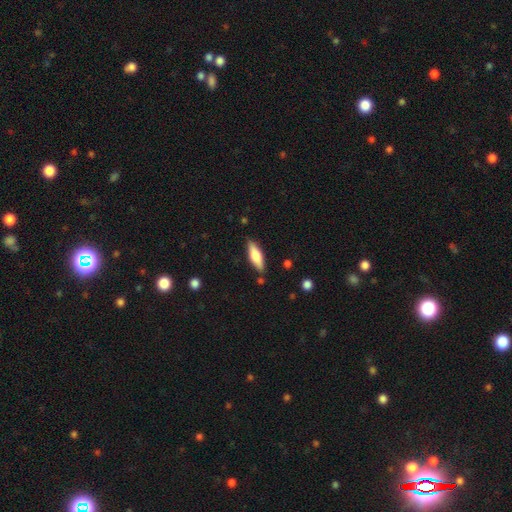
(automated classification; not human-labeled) smooth_or_featured: smooth (p=0.63) [alt: featured or disk p=0.31]
how_rounded: cigar-shaped (p=0.51) [alt: in between p=0.48]
merging: none (p=0.83) [alt: minor disturbance p=0.12]